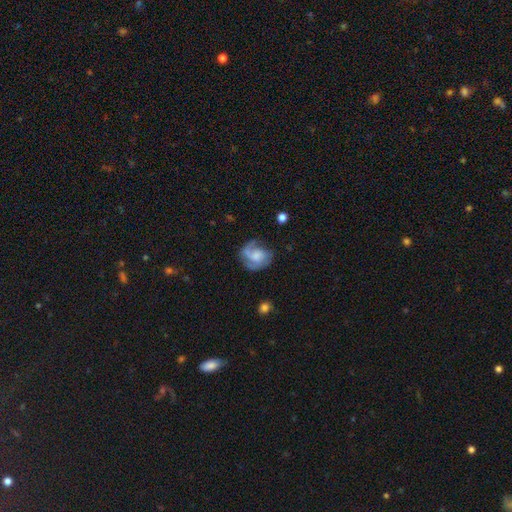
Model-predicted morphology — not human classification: The model was most divided on "bulge size": moderate: 33%, small: 28%, none: 23%, large: 14%, dominant: 2%. Remaining: edge-on disk — no (98%); spiral arms — yes (90%); smooth or featured — featured or disk (67%); bar — no (63%); merging — none (56%); spiral winding — medium (45%); spiral arm count — 2 (40%).